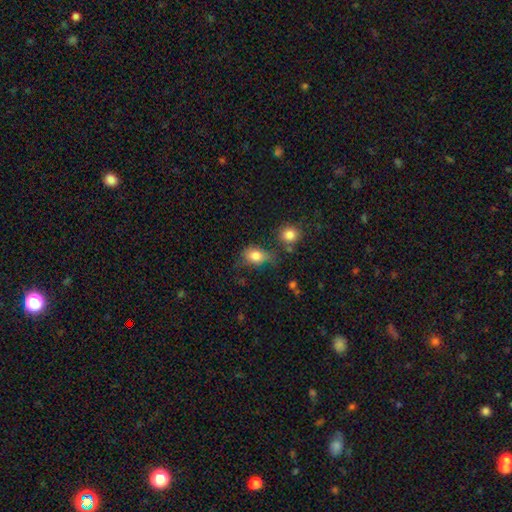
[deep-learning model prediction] A smooth galaxy with no disk features (80%) that is in between round and cigar-shaped (70%).

Vote fractions:
- Smooth or featured? smooth: 80% / featured or disk: 10% / star or artifact: 10%
- How rounded? in between: 70% / round: 29% / cigar-shaped: 2%
- Merging? none: 47% / minor disturbance: 30% / major disturbance: 15% / merger: 8%